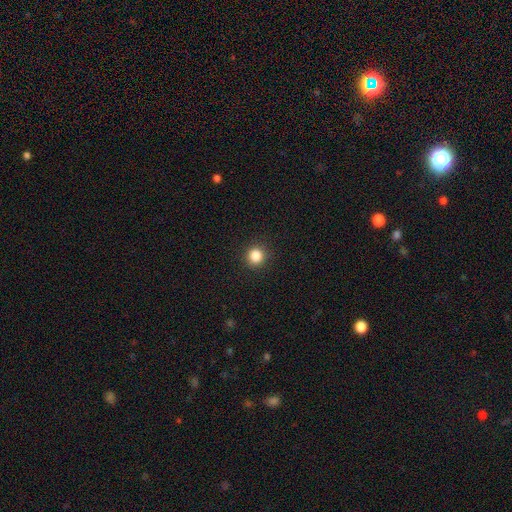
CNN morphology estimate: The model was most divided on "smooth or featured": smooth: 85%, star or artifact: 11%, featured or disk: 4%. More confident: how rounded — round (92%); merging — none (91%).